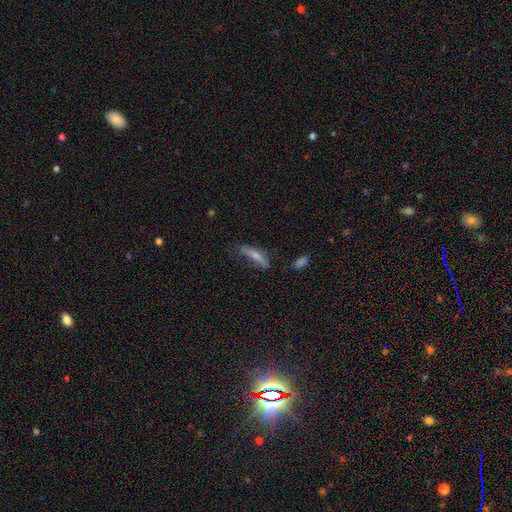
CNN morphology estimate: type=smooth (48%); merging=none (58%).